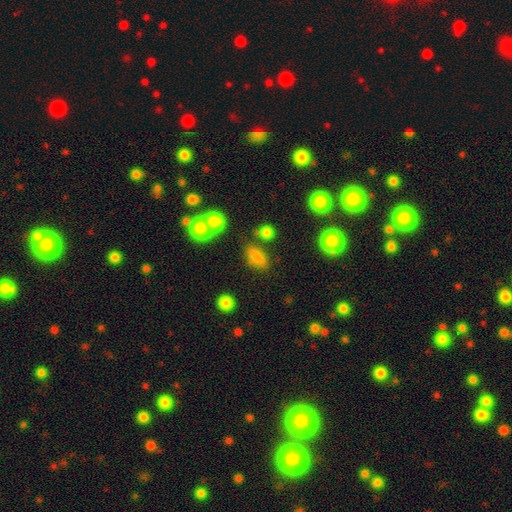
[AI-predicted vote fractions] smooth 80%, star or artifact 12%, featured or disk 8%. Down the decision tree: how rounded — in between (85%); merging — none (69%).